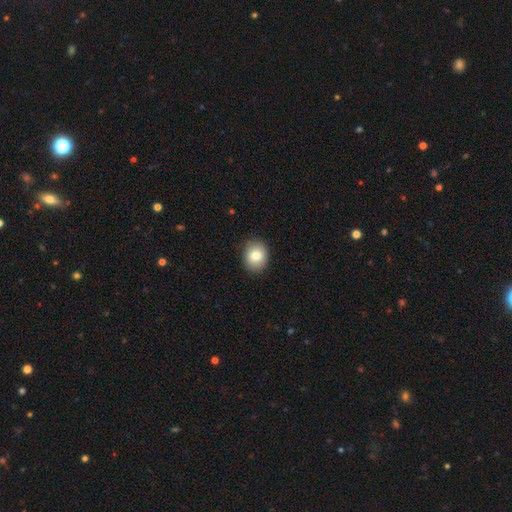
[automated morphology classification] This is clearly a smooth galaxy (81%). How rounded: possibly round (59%). Merging: clearly none (85%).